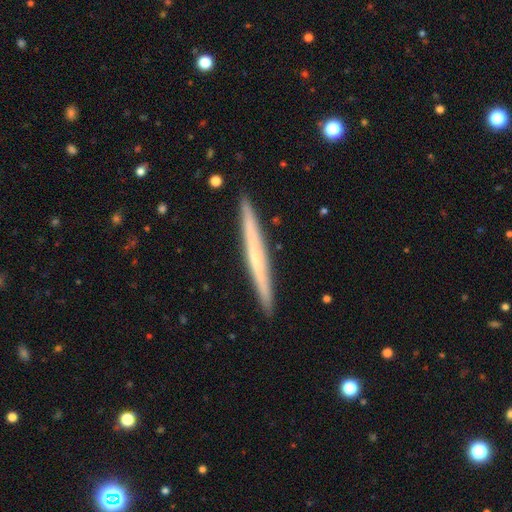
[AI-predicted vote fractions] Smooth or featured?
  - featured or disk: 59% *
  - smooth: 35%
  - star or artifact: 6%
Edge-on disk?
  - yes: 97% *
  - no: 3%
Edge-on bulge?
  - none: 66% *
  - rounded: 30%
  - boxy: 4%
Merging?
  - none: 92% *
  - minor disturbance: 6%
  - major disturbance: 1%
  - merger: 1%